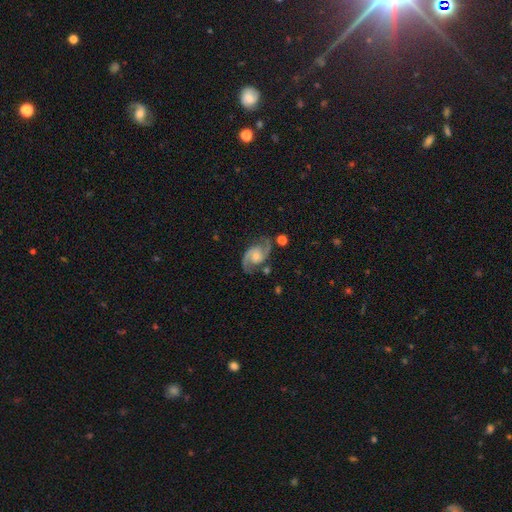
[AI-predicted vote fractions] This is clearly a featured or disk galaxy (90%). It is clearly not viewed edge-on (98%). Bar: possibly no (58%). Spiral arm pattern: clearly yes (98%). Spiral arm count: clearly 2 (94%). Spiral winding: possibly medium (57%). Central bulge: possibly small (47%). Merging: likely none (77%).